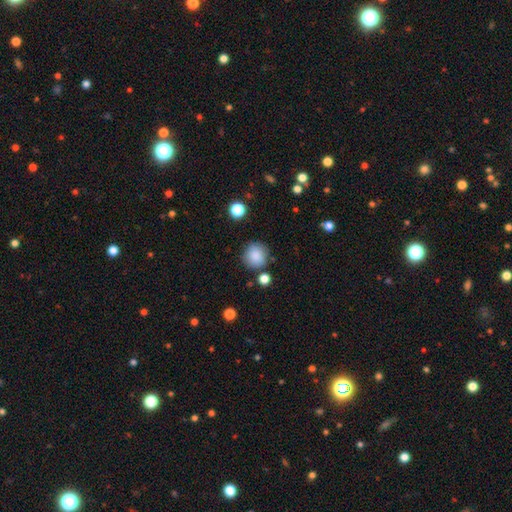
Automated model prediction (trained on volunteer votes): Smooth or featured? smooth (86%)
How rounded? round (91%)
Merging? none (82%)